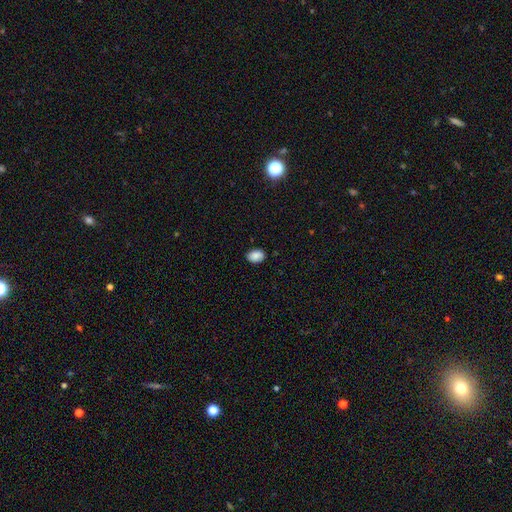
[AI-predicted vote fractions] A smooth galaxy with no disk features (86%) that is in between round and cigar-shaped (78%). Merging: none (86%).